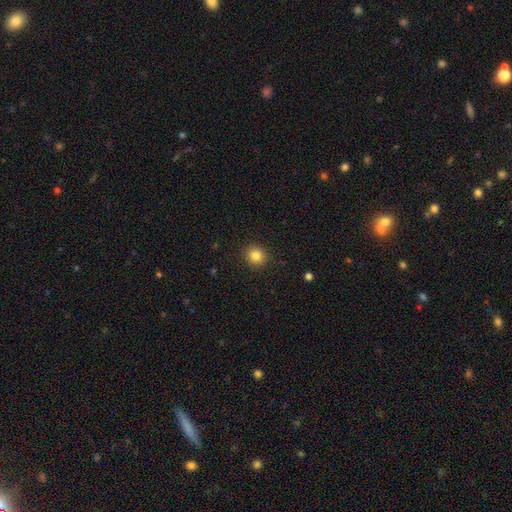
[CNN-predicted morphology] smooth 84%, star or artifact 11%, featured or disk 6%. Down the decision tree: how rounded — round (86%); merging — none (91%).